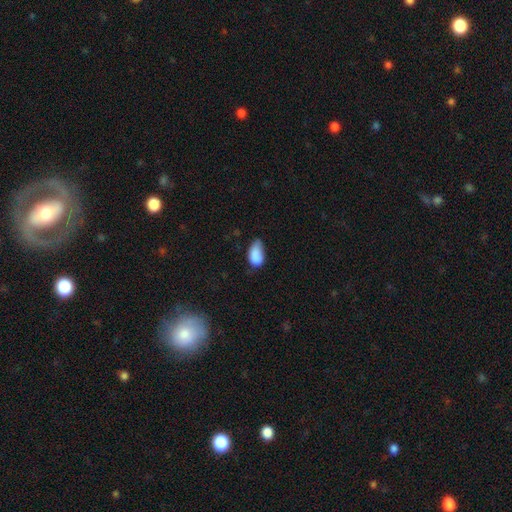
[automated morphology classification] smooth_or_featured: smooth (p=0.87) [alt: star or artifact p=0.08]
how_rounded: in between (p=0.93) [alt: round p=0.06]
merging: minor disturbance (p=0.46) [alt: none p=0.41]